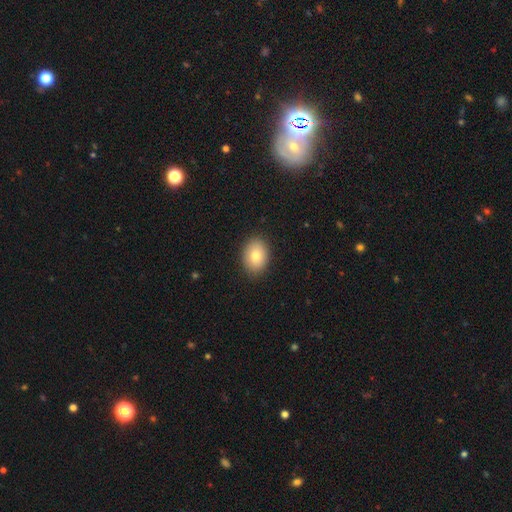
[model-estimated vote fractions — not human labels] Q: Smooth or featured?
A: smooth (82%); runner-up: featured or disk (10%)
Q: How rounded?
A: in between (76%); runner-up: round (23%)
Q: Merging?
A: none (89%); runner-up: minor disturbance (8%)